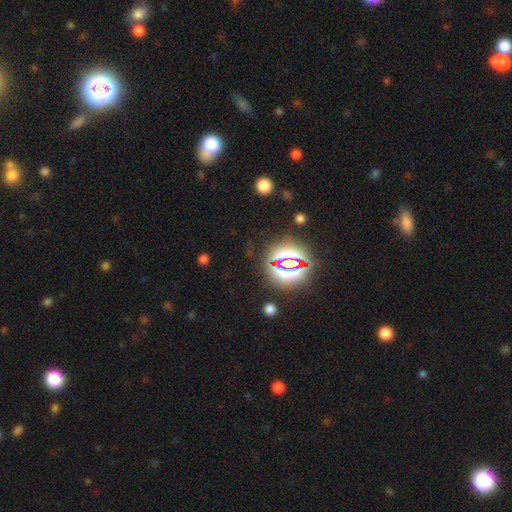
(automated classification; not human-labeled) Morphology: type=star or artifact (81%).